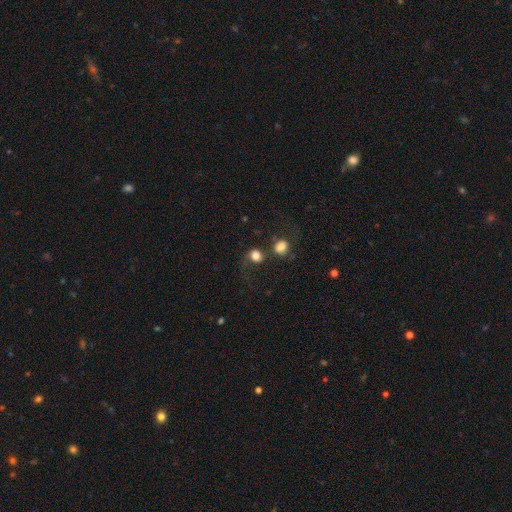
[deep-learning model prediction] A smooth galaxy with no disk features (80%) that is round (79%). Merging: none (48%).